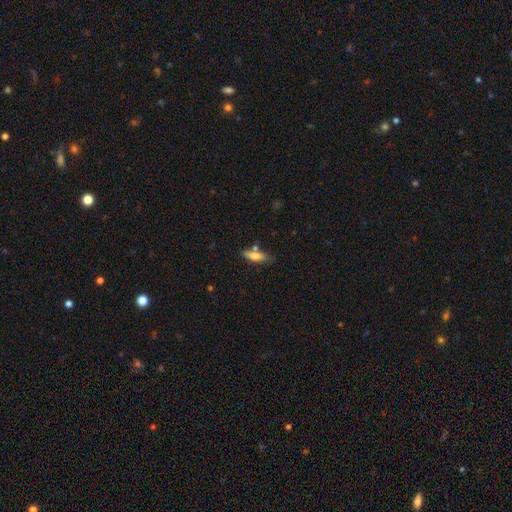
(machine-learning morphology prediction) Smooth or featured: smooth — 75% (featured or disk — 18%)
How rounded: cigar-shaped — 51% (in between — 46%)
Merging: none — 62% (minor disturbance — 20%)